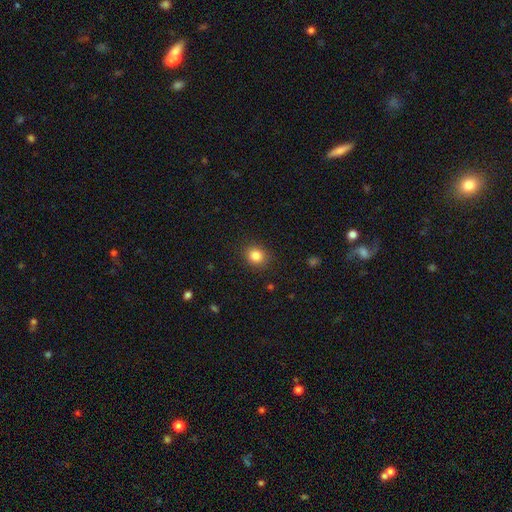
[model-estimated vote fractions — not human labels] smooth 84%, star or artifact 11%, featured or disk 5%. Down the decision tree: how rounded — round (78%); merging — none (88%).